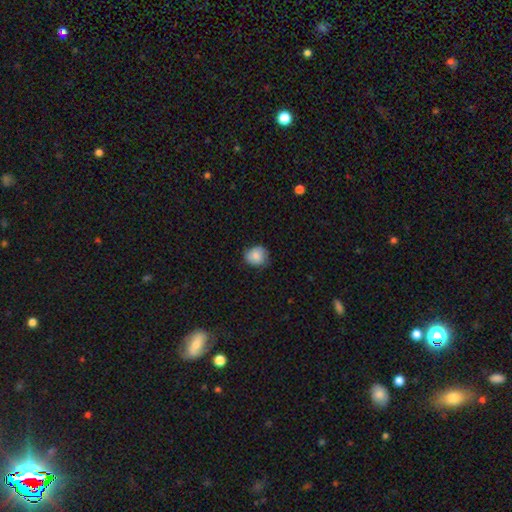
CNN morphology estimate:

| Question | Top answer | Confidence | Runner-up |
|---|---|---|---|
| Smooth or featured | smooth | 83% | featured or disk (9%) |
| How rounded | round | 75% | in between (24%) |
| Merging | none | 73% | minor disturbance (22%) |